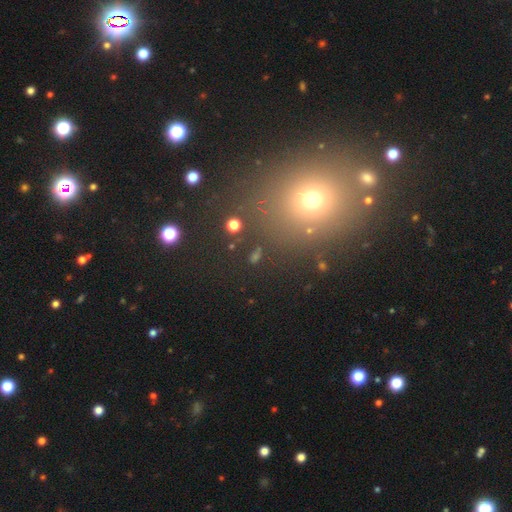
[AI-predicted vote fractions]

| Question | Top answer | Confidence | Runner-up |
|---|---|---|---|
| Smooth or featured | smooth | 54% | star or artifact (36%) |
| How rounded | round | 75% | in between (22%) |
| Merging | none | 81% | minor disturbance (8%) |